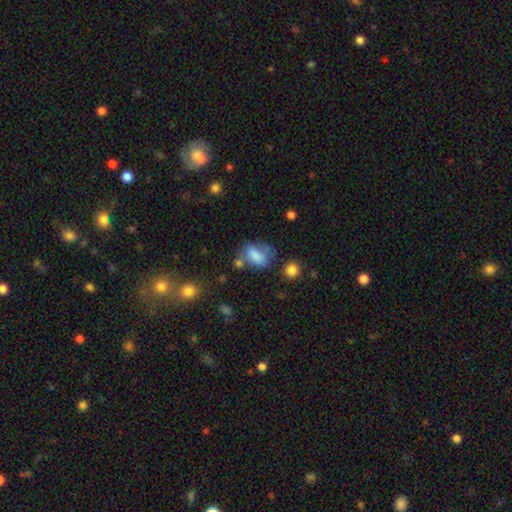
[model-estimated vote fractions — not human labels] This appears to be a smooth galaxy with no disk features (74%) that is in between round and cigar-shaped (82%). Merging: none (42%).